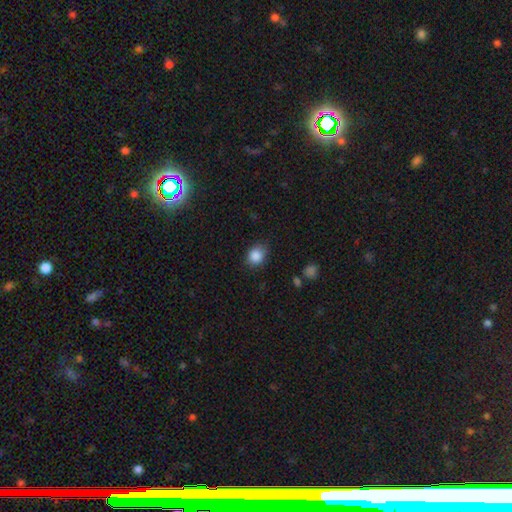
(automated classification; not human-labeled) smooth_or_featured: smooth (p=0.87) [alt: star or artifact p=0.10]
how_rounded: round (p=0.61) [alt: in between p=0.38]
merging: none (p=0.78) [alt: minor disturbance p=0.17]